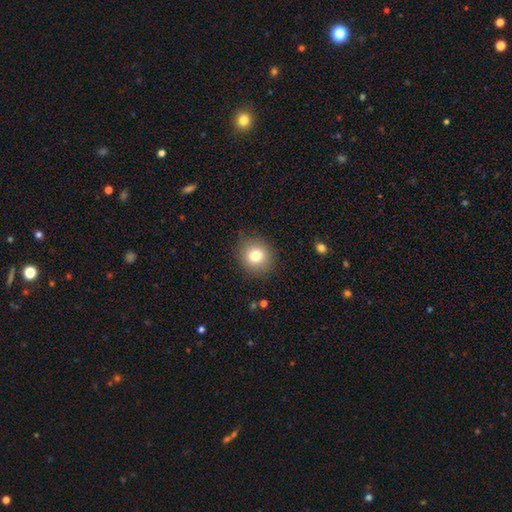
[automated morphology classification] Smooth or featured? Predicted: smooth (p=0.78). How rounded? Predicted: round (p=0.86). Merging? Predicted: none (p=0.86).